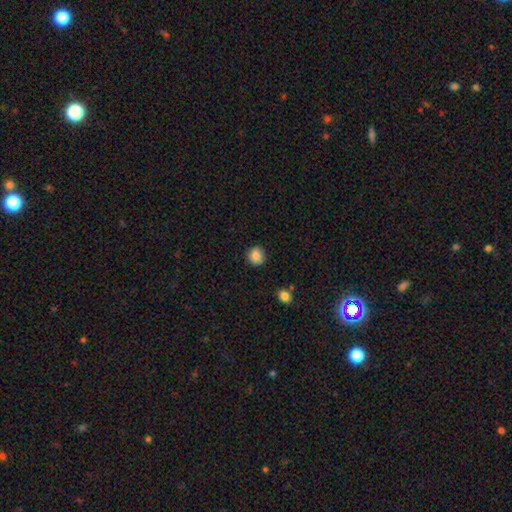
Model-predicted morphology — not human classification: Q: Smooth or featured?
A: smooth (85%); runner-up: star or artifact (9%)
Q: How rounded?
A: round (87%); runner-up: in between (12%)
Q: Merging?
A: none (87%); runner-up: minor disturbance (10%)